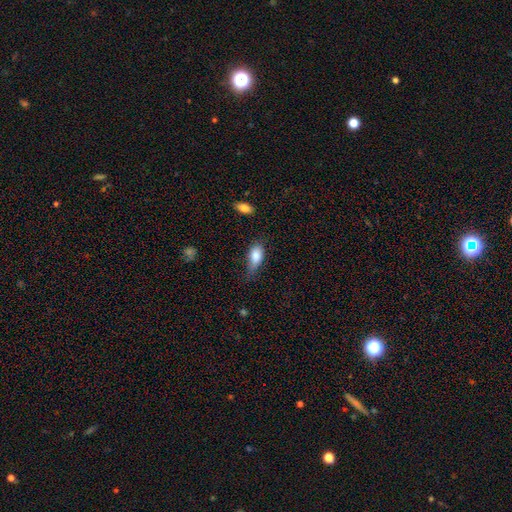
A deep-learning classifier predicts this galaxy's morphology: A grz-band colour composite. It shows a smooth galaxy with no disk features (82%) that is in between round and cigar-shaped (87%). Merging: minor disturbance (41%).